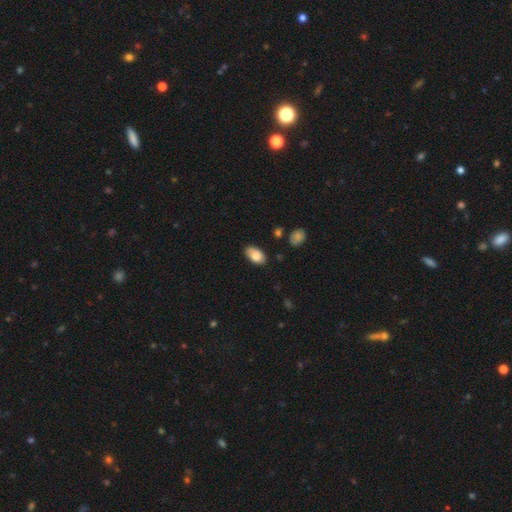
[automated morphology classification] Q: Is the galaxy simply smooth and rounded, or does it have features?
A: smooth — 84%.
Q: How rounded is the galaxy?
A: in between — 94%.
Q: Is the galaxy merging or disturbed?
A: none — 78%.